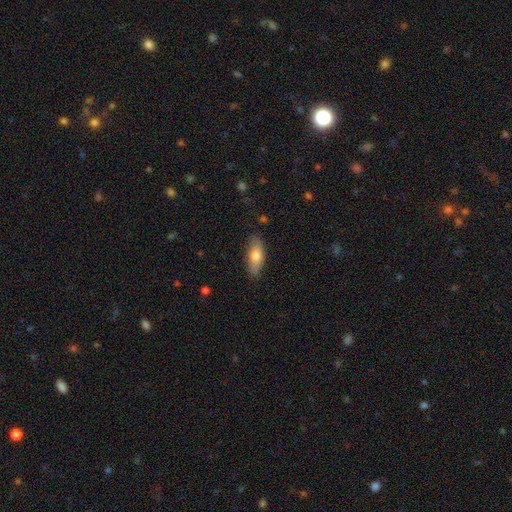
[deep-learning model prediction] A smooth galaxy with no disk features (71%) that is in between round and cigar-shaped (72%). Merging: none (85%).